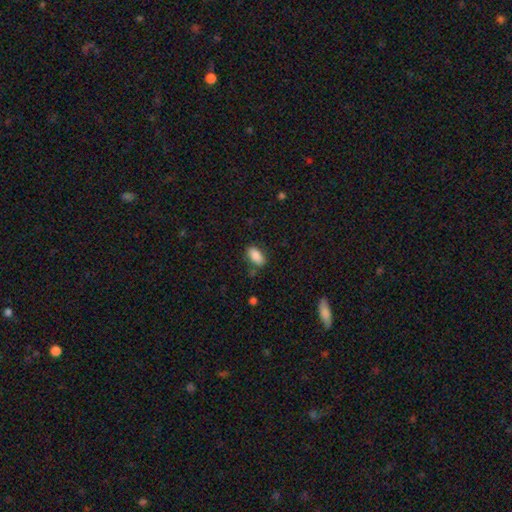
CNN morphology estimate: Q: Smooth or featured?
A: smooth (87%); runner-up: star or artifact (8%)
Q: How rounded?
A: in between (91%); runner-up: cigar-shaped (6%)
Q: Merging?
A: none (79%); runner-up: minor disturbance (14%)